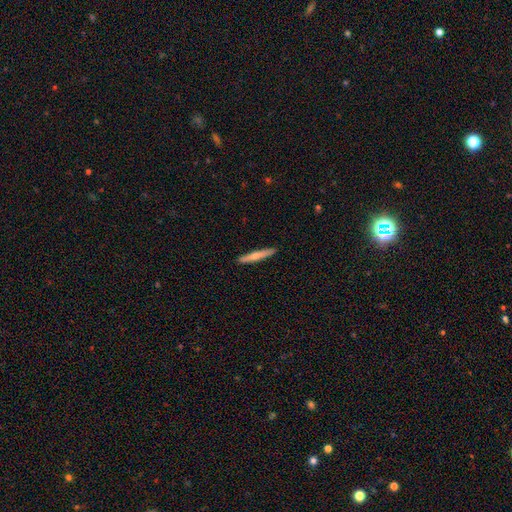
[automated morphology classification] smooth 66%, featured or disk 29%, star or artifact 5%. Down the decision tree: how rounded — cigar-shaped (95%); merging — none (91%).